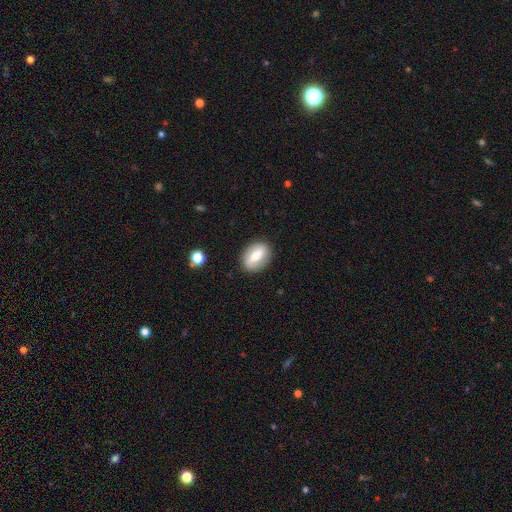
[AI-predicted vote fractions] This is possibly a smooth galaxy (51%). How rounded: likely in between (76%). Merging: clearly none (86%).